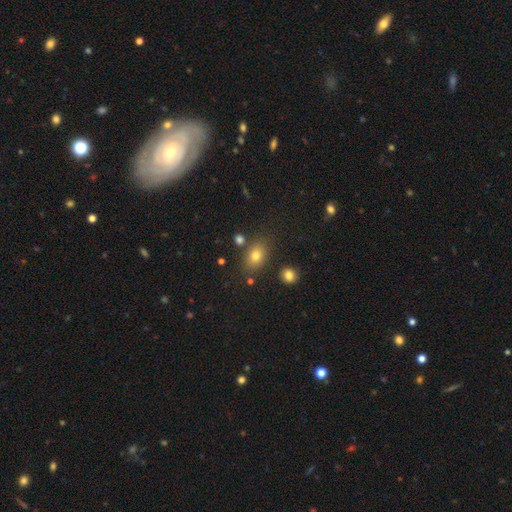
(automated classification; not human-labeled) Smooth or featured?
  - smooth: 76% *
  - star or artifact: 13%
  - featured or disk: 11%
How rounded?
  - in between: 72% *
  - round: 25%
  - cigar-shaped: 2%
Merging?
  - none: 77% *
  - minor disturbance: 12%
  - merger: 7%
  - major disturbance: 4%